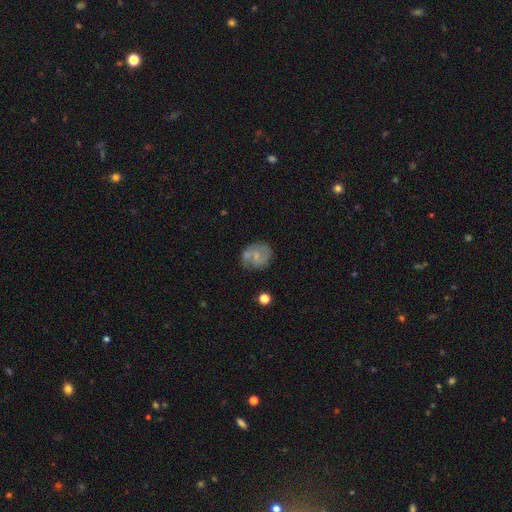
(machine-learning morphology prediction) smooth_or_featured: featured or disk (p=0.51) [alt: smooth p=0.39]
disk_edge_on: no (p=0.97) [alt: yes p=0.03]
bar: no (p=0.60) [alt: weak p=0.34]
has_spiral_arms: yes (p=0.69) [alt: no p=0.31]
bulge_size: small (p=0.62) [alt: moderate p=0.21]
merging: none (p=0.57) [alt: minor disturbance p=0.22]